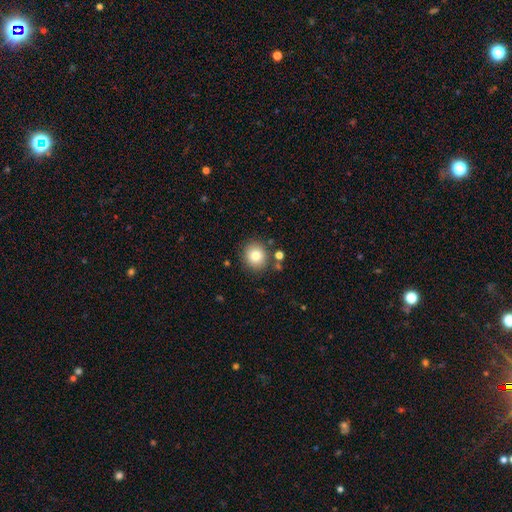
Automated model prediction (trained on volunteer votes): A smooth galaxy with no disk features (79%) that is round (86%).

Vote fractions:
- Smooth or featured? smooth: 79% / star or artifact: 11% / featured or disk: 10%
- How rounded? round: 86% / in between: 13% / cigar-shaped: 1%
- Merging? none: 83% / minor disturbance: 9% / merger: 5% / major disturbance: 3%